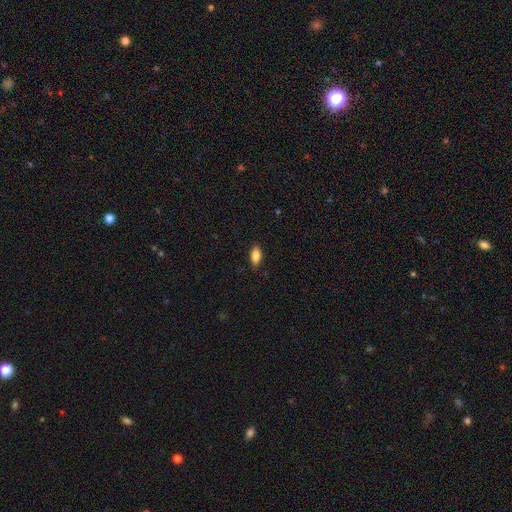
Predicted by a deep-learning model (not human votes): smooth_or_featured: smooth (p=0.81) [alt: featured or disk p=0.12]
how_rounded: in between (p=0.86) [alt: cigar-shaped p=0.11]
merging: none (p=0.87) [alt: minor disturbance p=0.10]